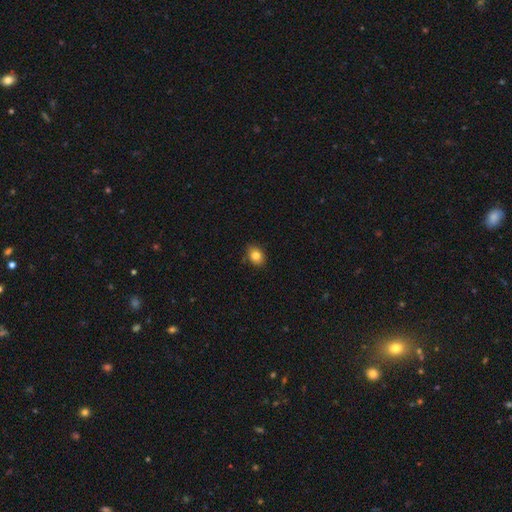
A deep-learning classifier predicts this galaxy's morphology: This appears to be a smooth galaxy with no disk features (82%) that is in between round and cigar-shaped (58%). Merging: none (86%).